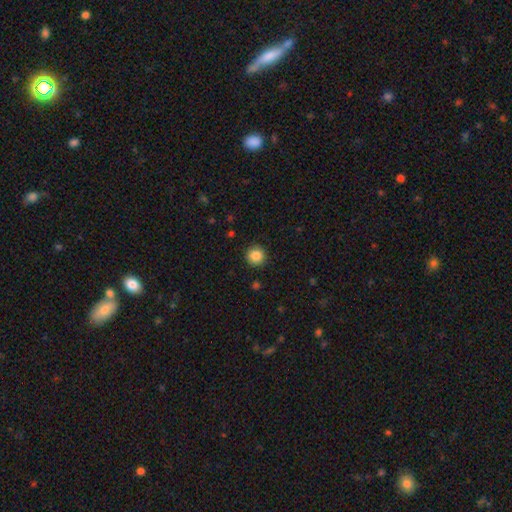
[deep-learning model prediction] A smooth galaxy with no disk features (87%) that is round (94%).

Vote fractions:
- Smooth or featured? smooth: 87% / star or artifact: 10% / featured or disk: 4%
- How rounded? round: 94% / in between: 5% / cigar-shaped: 1%
- Merging? none: 91% / minor disturbance: 6% / major disturbance: 2% / merger: 1%